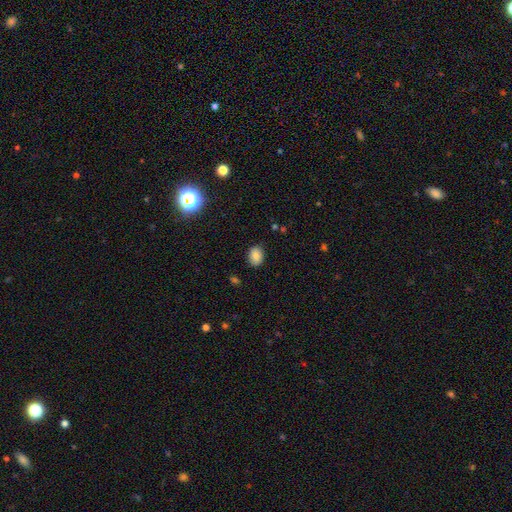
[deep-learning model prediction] Morphology: type=smooth (84%); roundness=in between (67%); merging=none (85%).